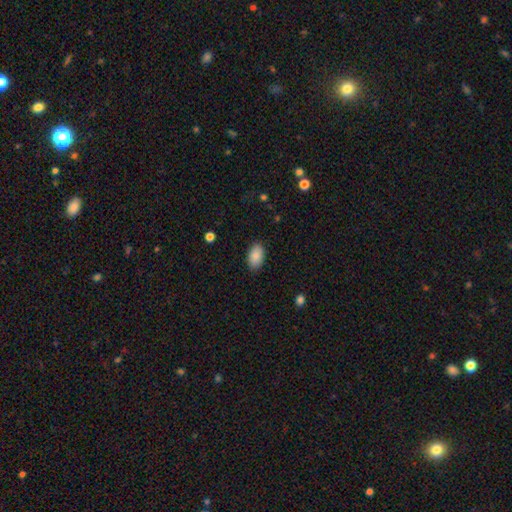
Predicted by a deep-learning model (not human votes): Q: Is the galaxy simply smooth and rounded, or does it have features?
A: smooth — 88%.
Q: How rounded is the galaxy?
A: in between — 93%.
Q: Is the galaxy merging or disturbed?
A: none — 87%.